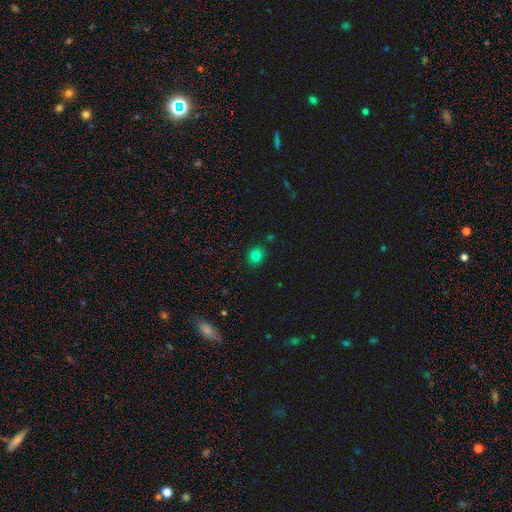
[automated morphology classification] Smooth or featured? Predicted: smooth (p=0.79). How rounded? Predicted: round (p=0.67). Merging? Predicted: none (p=0.87).